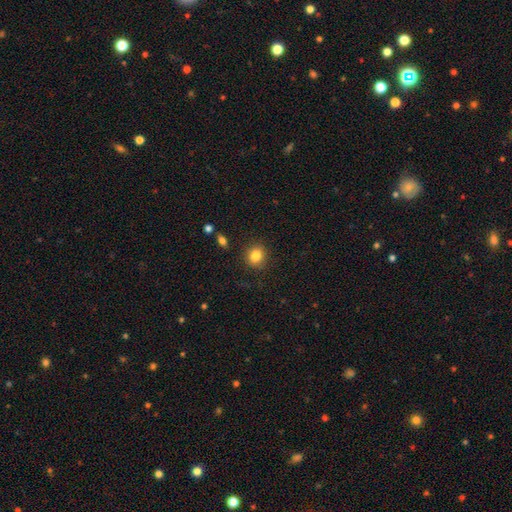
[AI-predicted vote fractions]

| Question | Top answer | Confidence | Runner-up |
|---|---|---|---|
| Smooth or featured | smooth | 84% | star or artifact (10%) |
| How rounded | round | 77% | in between (22%) |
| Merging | none | 88% | minor disturbance (8%) |